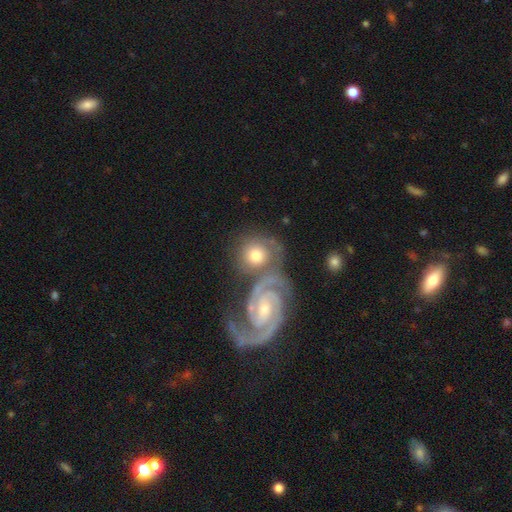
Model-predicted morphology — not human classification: Overall: featured or disk (55%; smooth 38%). Edge-on disk: no (96%). Bar: no (62%; weak 28%). Spiral arms: yes (91%). Bulge size: moderate (52%; small 35%). Merging: merger (42%; none 40%).